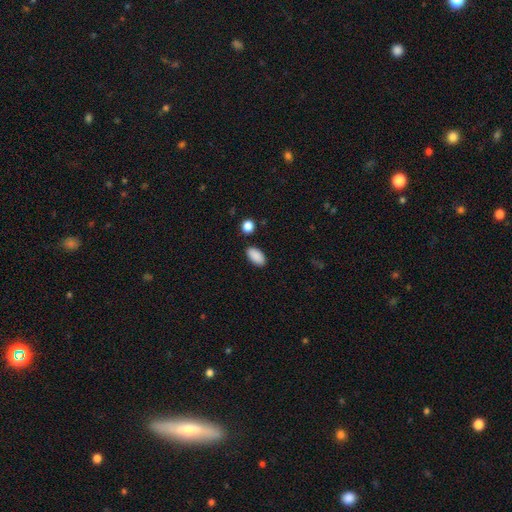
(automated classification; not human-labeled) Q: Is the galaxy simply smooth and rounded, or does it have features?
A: smooth — 90%.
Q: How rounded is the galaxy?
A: in between — 93%.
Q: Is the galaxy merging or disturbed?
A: none — 87%.